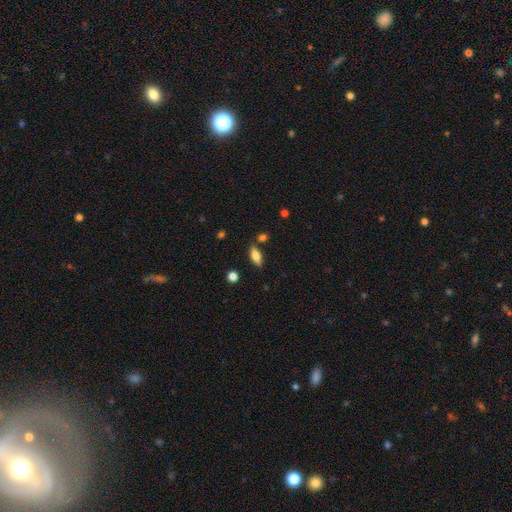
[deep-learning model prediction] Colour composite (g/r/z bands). It shows a smooth galaxy with no disk features (72%) that is in between round and cigar-shaped (78%). Merging: none (78%).